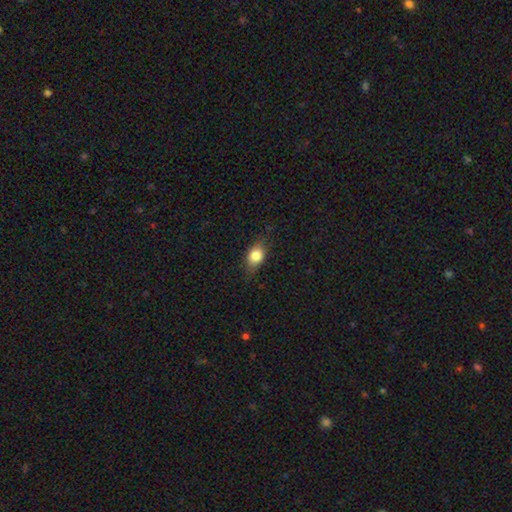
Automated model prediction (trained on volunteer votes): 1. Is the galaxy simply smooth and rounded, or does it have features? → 80% smooth, 11% featured or disk, 9% star or artifact.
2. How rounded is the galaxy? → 72% in between, 24% round, 4% cigar-shaped.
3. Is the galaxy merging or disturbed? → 78% none, 17% minor disturbance, 4% major disturbance, 1% merger.